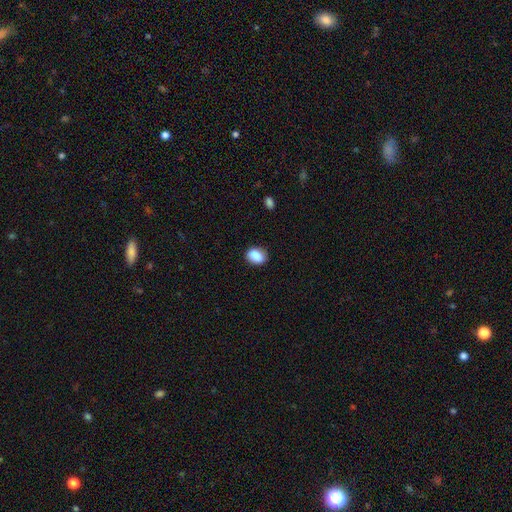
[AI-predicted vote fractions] Smooth or featured?
  - smooth: 88% *
  - star or artifact: 8%
  - featured or disk: 4%
How rounded?
  - in between: 69% *
  - round: 30%
  - cigar-shaped: 1%
Merging?
  - none: 82% *
  - minor disturbance: 13%
  - major disturbance: 3%
  - merger: 1%